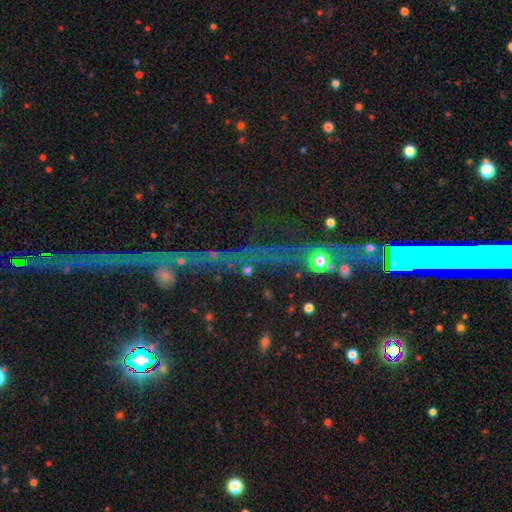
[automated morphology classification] Smooth or featured? star or artifact (71%)